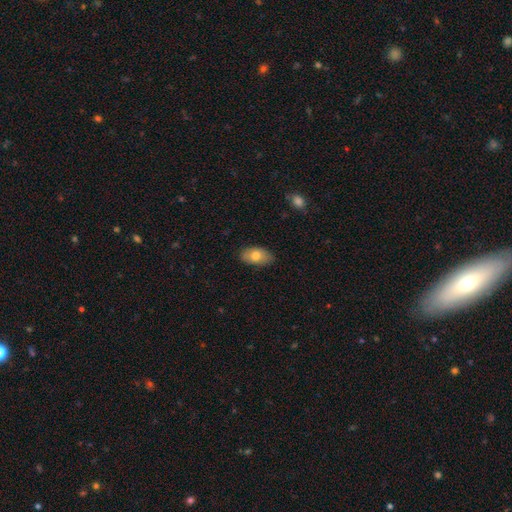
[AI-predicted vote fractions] The model was most divided on "smooth or featured": smooth: 76%, featured or disk: 17%, star or artifact: 7%. More confident: how rounded — in between (92%); merging — none (84%).